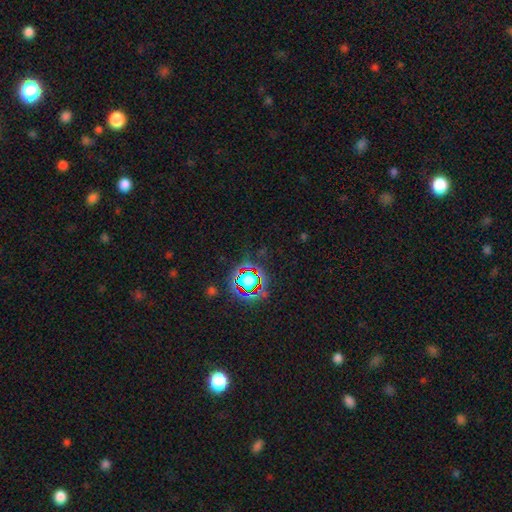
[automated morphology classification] A star or artifact, not a galaxy (79%).